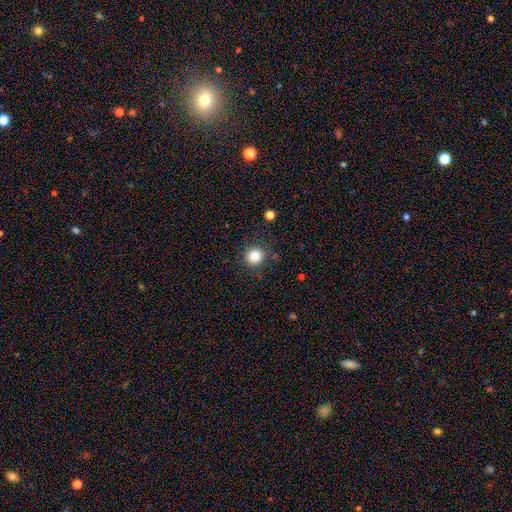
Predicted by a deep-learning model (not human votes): Smooth or featured? smooth (84%)
How rounded? round (92%)
Merging? none (85%)